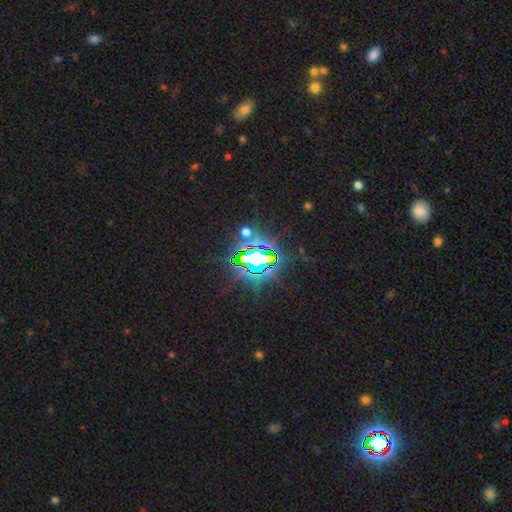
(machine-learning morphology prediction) This appears to be a star or artifact, not a galaxy (80%).